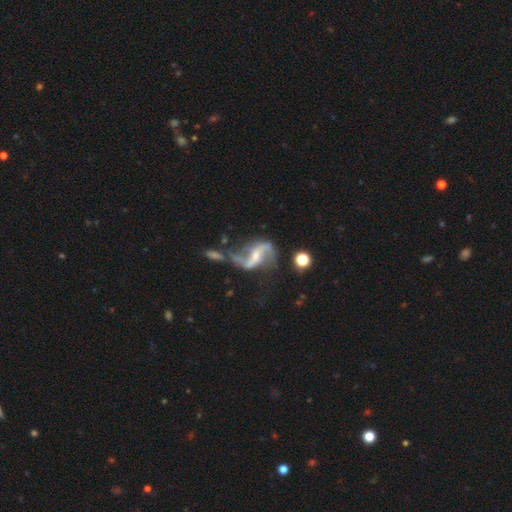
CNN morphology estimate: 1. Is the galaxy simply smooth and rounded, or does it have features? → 88% featured or disk, 6% star or artifact, 6% smooth.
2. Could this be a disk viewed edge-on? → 96% no, 4% yes.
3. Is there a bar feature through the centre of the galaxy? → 39% strong (tied), 39% weak (tied), 21% no.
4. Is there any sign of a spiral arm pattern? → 94% yes, 6% no.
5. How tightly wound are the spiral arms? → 76% loose, 19% medium, 5% tight.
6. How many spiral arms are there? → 91% 2, 3% 1, 3% can't tell, 1% 3, 1% 4, 1% more than 4.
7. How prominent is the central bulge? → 44% small, 36% moderate, 14% none, 5% large, 1% dominant.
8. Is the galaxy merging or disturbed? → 46% none, 19% major disturbance, 18% minor disturbance, 18% merger.